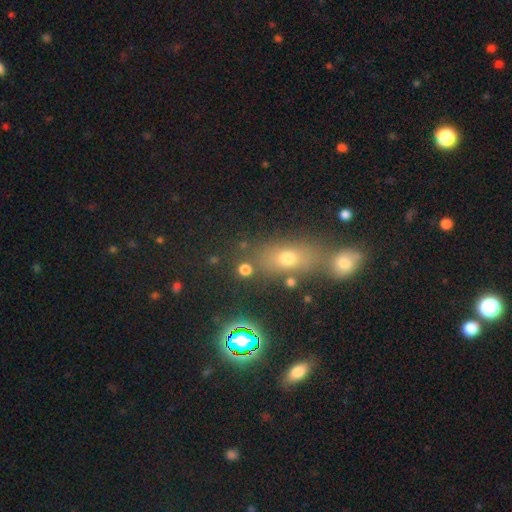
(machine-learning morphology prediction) This is marginally a smooth galaxy (44%). Merging: possibly none (54%).